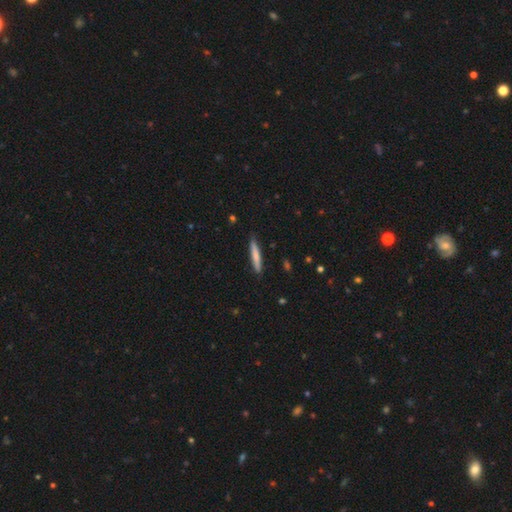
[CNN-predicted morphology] A smooth galaxy with no disk features (71%) that is cigar-shaped (93%).

Vote fractions:
- Smooth or featured? smooth: 71% / featured or disk: 23% / star or artifact: 6%
- How rounded? cigar-shaped: 93% / in between: 5% / round: 1%
- Merging? none: 88% / minor disturbance: 9% / major disturbance: 2% / merger: 1%